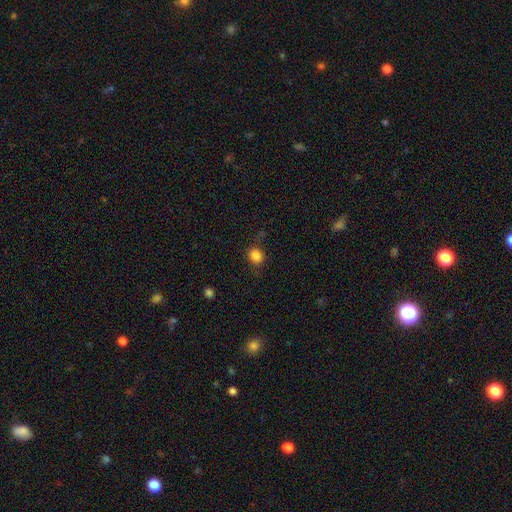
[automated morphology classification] type=smooth (84%); roundness=round (68%); merging=none (80%).